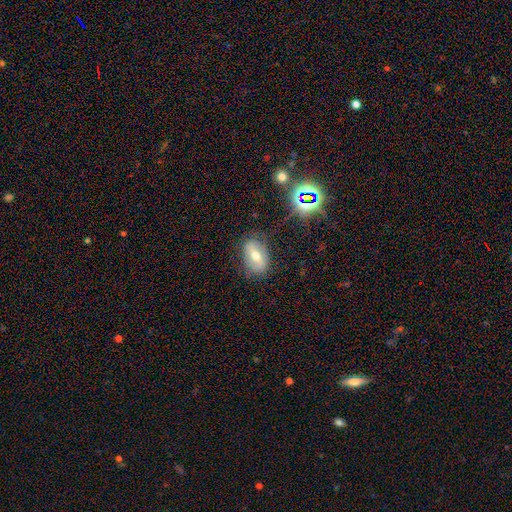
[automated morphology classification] smooth-or-featured: smooth: 46% | featured or disk: 43% | star or artifact: 11%
  merging: none: 76% | minor disturbance: 17% | major disturbance: 6% | merger: 2%